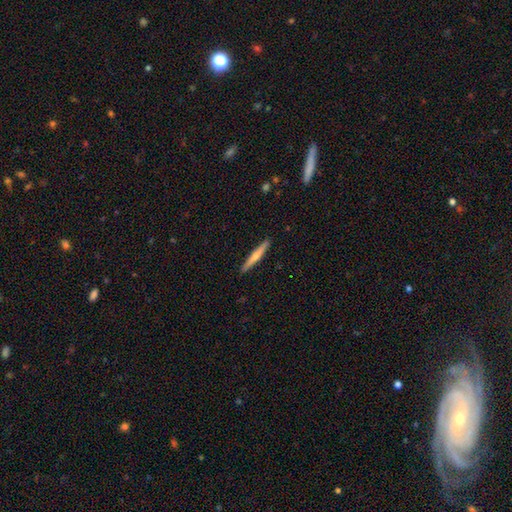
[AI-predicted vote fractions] The model was most divided on "smooth or featured": smooth: 51%, featured or disk: 44%, star or artifact: 5%. More confident: how rounded — cigar-shaped (95%); merging — none (91%).